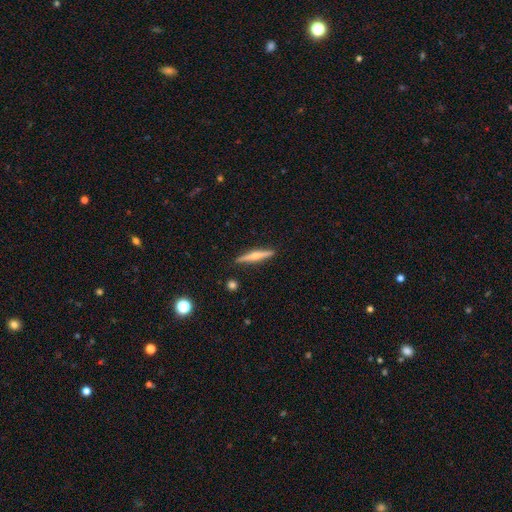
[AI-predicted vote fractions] Overall: featured or disk (60%; smooth 34%). Edge-on disk: yes (98%). Edge-on bulge: rounded (82%). Merging: none (90%).